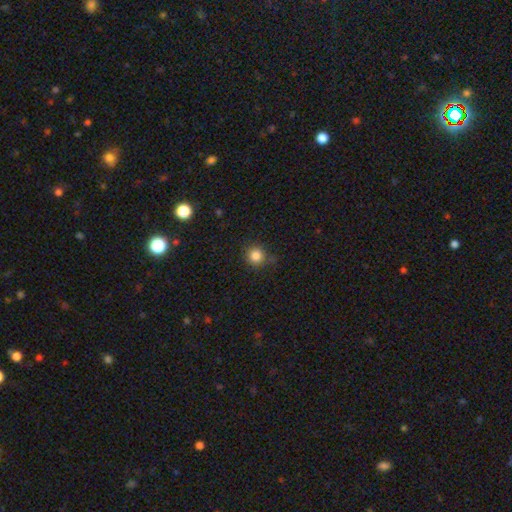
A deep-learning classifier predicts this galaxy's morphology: smooth_or_featured: smooth (p=0.84) [alt: star or artifact p=0.12]
how_rounded: round (p=0.92) [alt: in between p=0.07]
merging: none (p=0.80) [alt: minor disturbance p=0.14]